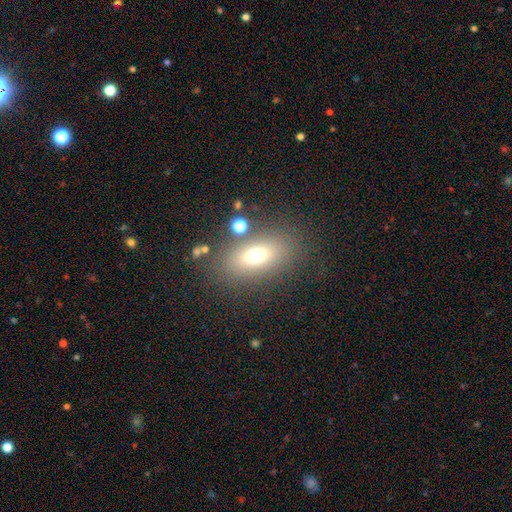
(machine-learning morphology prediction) smooth_or_featured: smooth (p=0.67) [alt: featured or disk p=0.18]
how_rounded: in between (p=0.78) [alt: round p=0.14]
merging: none (p=0.79) [alt: minor disturbance p=0.10]